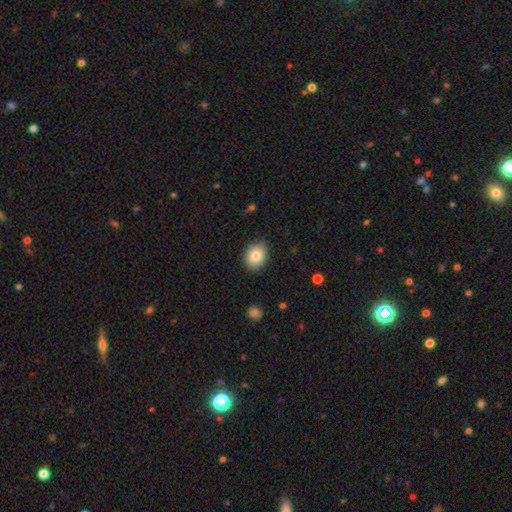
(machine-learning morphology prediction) Smooth or featured: smooth — 83% (featured or disk — 9%)
How rounded: in between — 55% (round — 44%)
Merging: none — 86% (minor disturbance — 10%)